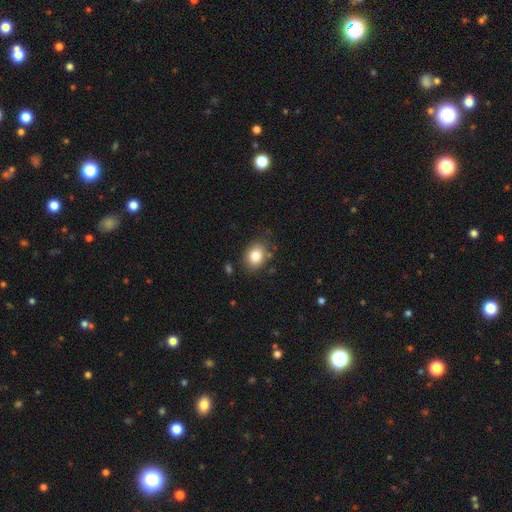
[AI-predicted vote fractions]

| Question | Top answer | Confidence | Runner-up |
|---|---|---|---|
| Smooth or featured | smooth | 83% | star or artifact (9%) |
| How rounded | in between | 57% | round (42%) |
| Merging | none | 80% | minor disturbance (14%) |